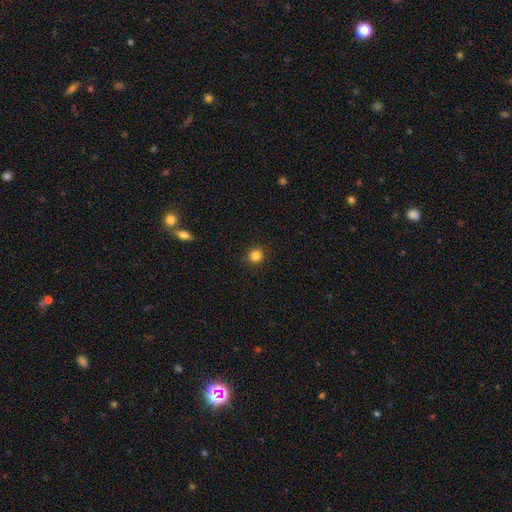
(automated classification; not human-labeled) A smooth galaxy with no disk features (84%) that is round (94%). Merging: none (91%).